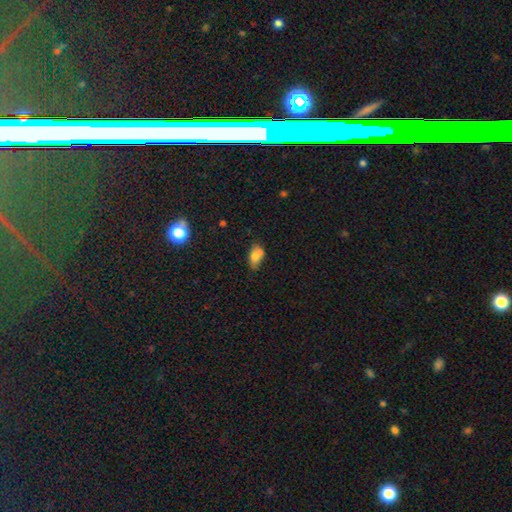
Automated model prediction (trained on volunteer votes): Smooth or featured?
  - smooth: 74% *
  - featured or disk: 16%
  - star or artifact: 10%
How rounded?
  - in between: 88% *
  - round: 9%
  - cigar-shaped: 3%
Merging?
  - none: 48% *
  - minor disturbance: 31%
  - merger: 13%
  - major disturbance: 8%